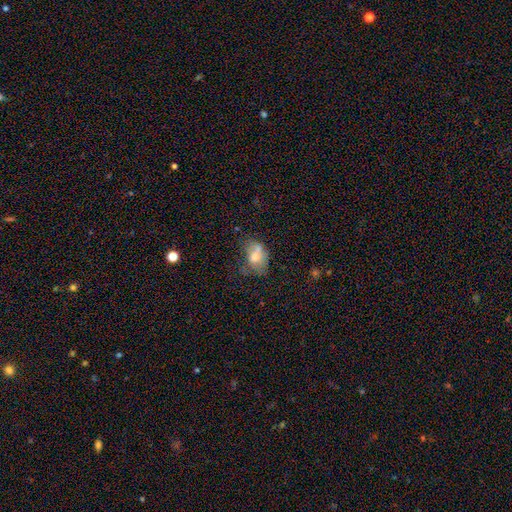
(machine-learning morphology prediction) Smooth or featured: smooth — 65% (featured or disk — 24%)
How rounded: in between — 73% (round — 26%)
Merging: none — 29% (merger — 26%)